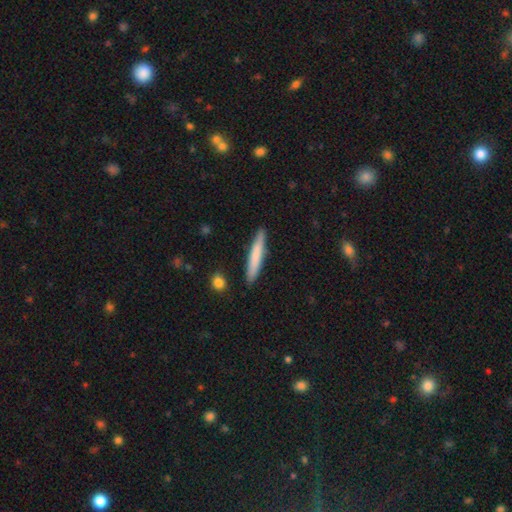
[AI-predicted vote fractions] smooth_or_featured: smooth (p=0.73) [alt: featured or disk p=0.22]
how_rounded: cigar-shaped (p=0.94) [alt: in between p=0.05]
merging: none (p=0.89) [alt: minor disturbance p=0.08]